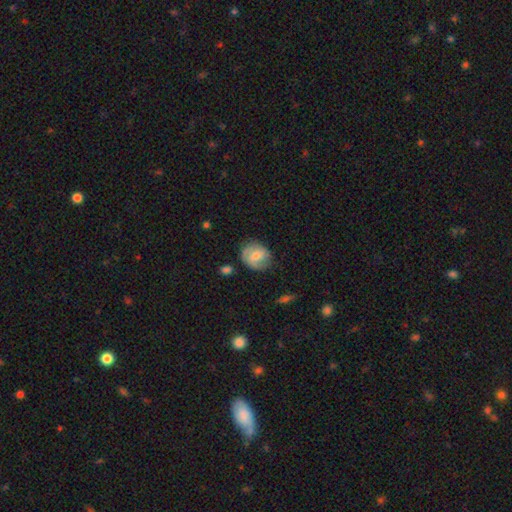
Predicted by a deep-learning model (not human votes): Smooth or featured? Predicted: smooth (p=0.51). How rounded? Predicted: round (p=0.60). Merging? Predicted: none (p=0.66).